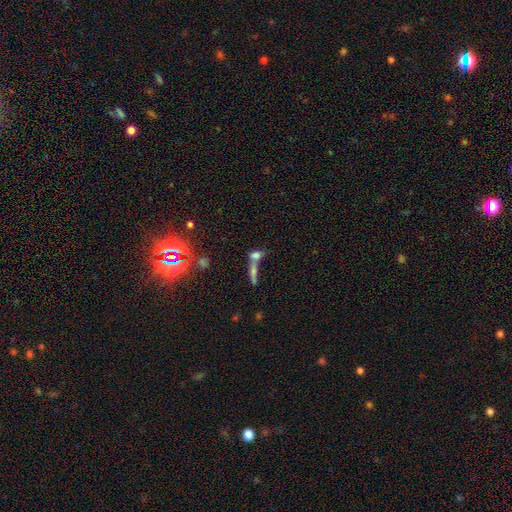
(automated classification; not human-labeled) Morphology: type=smooth (59%); roundness=in between (53%); merging=merger (60%).